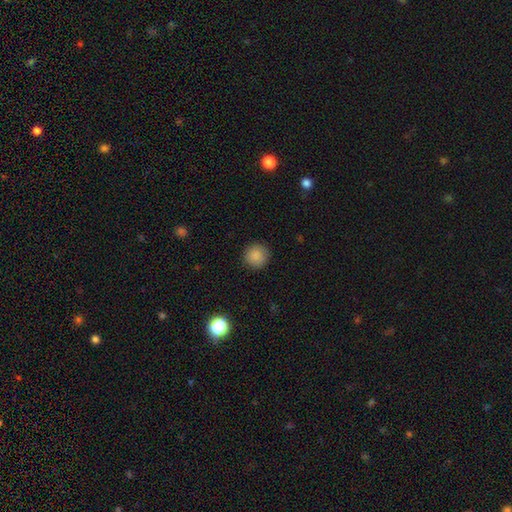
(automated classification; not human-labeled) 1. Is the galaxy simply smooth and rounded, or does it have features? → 87% smooth, 9% star or artifact, 4% featured or disk.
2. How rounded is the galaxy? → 94% round, 5% in between, 1% cigar-shaped.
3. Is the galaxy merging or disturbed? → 90% none, 7% minor disturbance, 2% major disturbance, 1% merger.